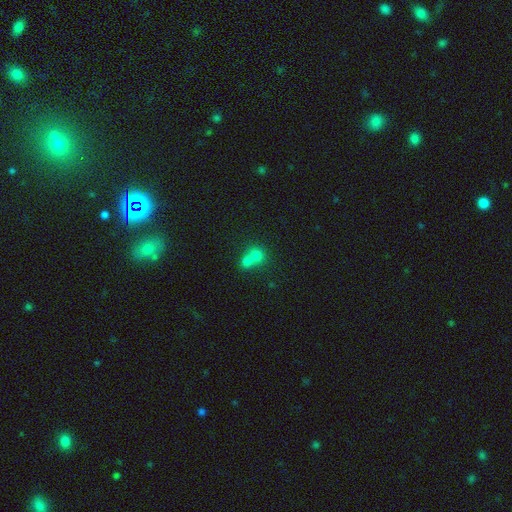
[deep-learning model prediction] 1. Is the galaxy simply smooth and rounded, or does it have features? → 74% smooth, 13% star or artifact, 13% featured or disk.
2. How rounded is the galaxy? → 78% round, 21% in between, 1% cigar-shaped.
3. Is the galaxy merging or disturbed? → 63% merger, 30% none, 5% minor disturbance, 2% major disturbance.